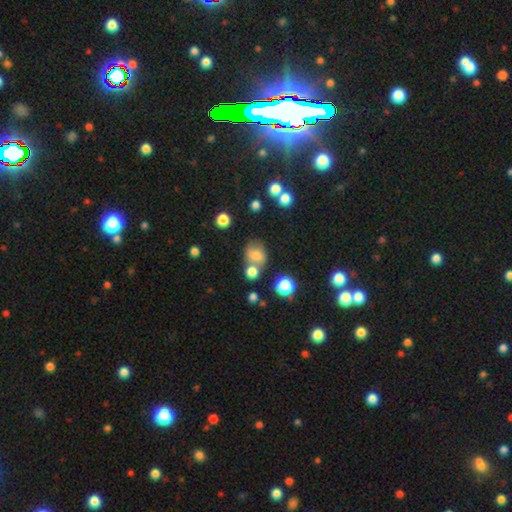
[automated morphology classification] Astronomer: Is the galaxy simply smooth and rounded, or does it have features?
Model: smooth — 69%.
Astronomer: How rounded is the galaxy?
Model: in between — 51% (runner-up: round, 47%).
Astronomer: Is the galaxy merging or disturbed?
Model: none — 47% (runner-up: merger, 29%).